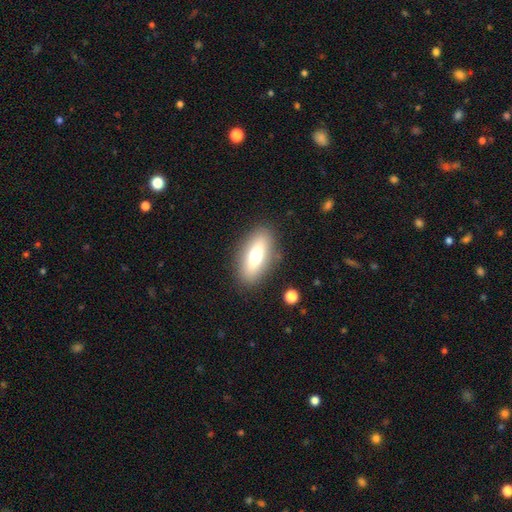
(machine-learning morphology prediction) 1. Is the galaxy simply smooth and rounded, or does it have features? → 64% smooth, 27% featured or disk, 9% star or artifact.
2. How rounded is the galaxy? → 75% in between, 21% cigar-shaped, 4% round.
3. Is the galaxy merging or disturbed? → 85% none, 10% minor disturbance, 4% major disturbance, 2% merger.